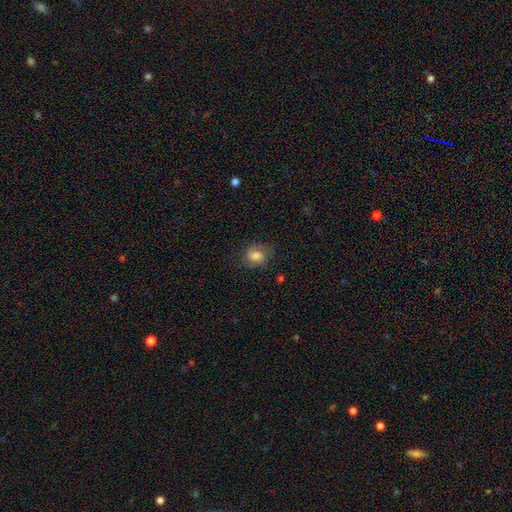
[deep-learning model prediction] This is likely a smooth galaxy (68%). How rounded: possibly in between (51%). Merging: likely none (69%).